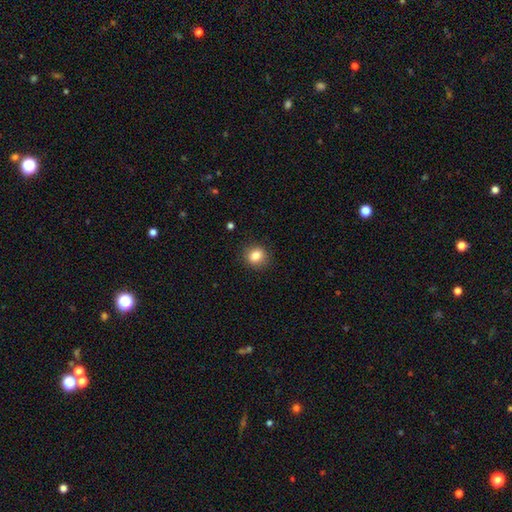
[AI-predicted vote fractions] The model was most divided on "how rounded": round: 76%, in between: 23%, cigar-shaped: 1%. More confident: merging — none (88%); smooth or featured — smooth (84%).